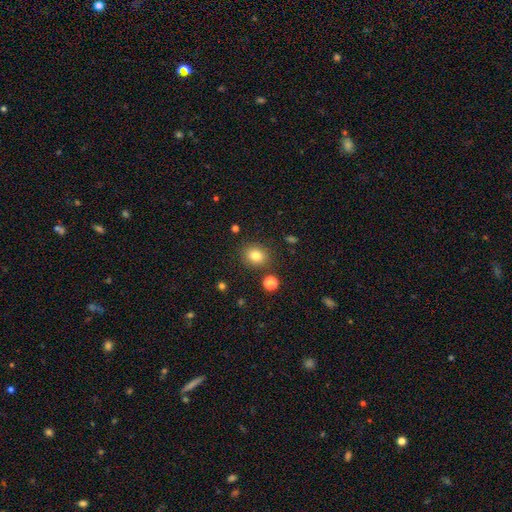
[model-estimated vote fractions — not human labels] Q: Smooth or featured?
A: smooth (81%); runner-up: star or artifact (11%)
Q: How rounded?
A: round (64%); runner-up: in between (35%)
Q: Merging?
A: none (85%); runner-up: minor disturbance (9%)